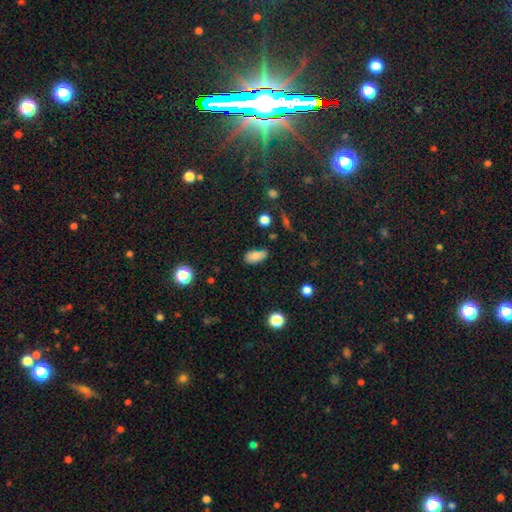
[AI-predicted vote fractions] Overall: smooth (80%). How rounded: in between (90%). Merging: none (58%; minor disturbance 28%).